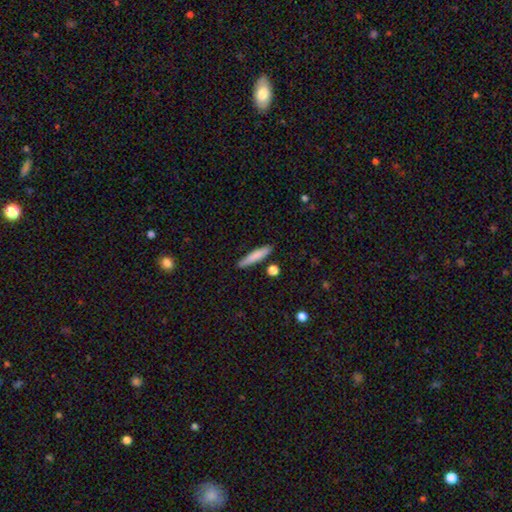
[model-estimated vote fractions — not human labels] Overall: smooth (79%). How rounded: cigar-shaped (90%). Merging: none (86%).